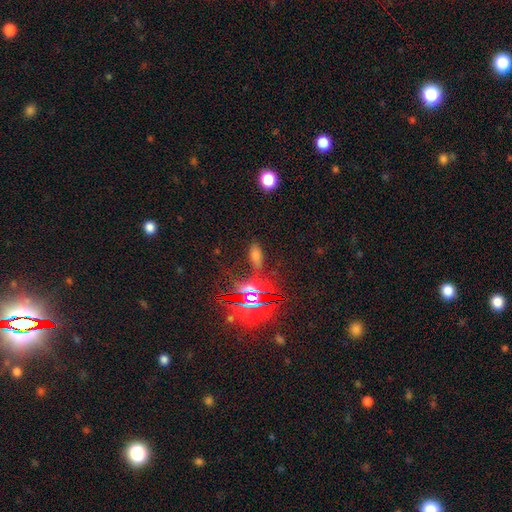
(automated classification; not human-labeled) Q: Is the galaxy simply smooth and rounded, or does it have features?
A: smooth — 54%.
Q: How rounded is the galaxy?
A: in between — 79%.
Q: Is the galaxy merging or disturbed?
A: none — 80%.